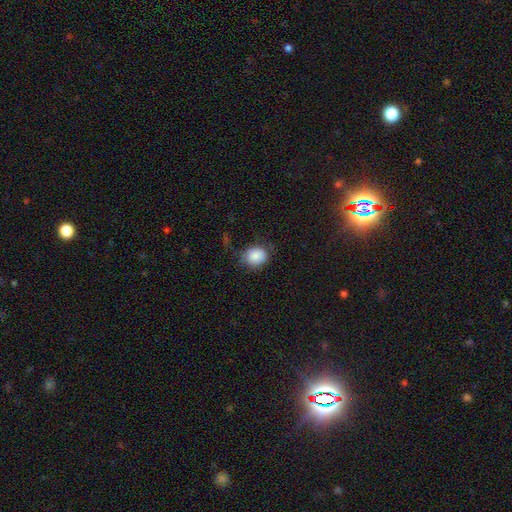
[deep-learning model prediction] Smooth or featured? smooth (85%)
How rounded? round (64%)
Merging? none (67%)